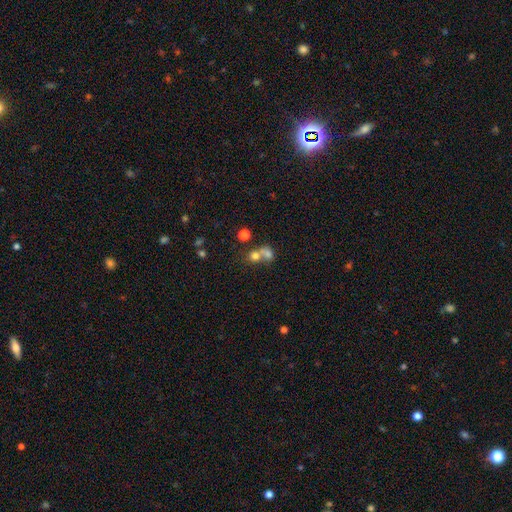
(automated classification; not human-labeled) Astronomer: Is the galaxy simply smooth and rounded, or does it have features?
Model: smooth — 71%.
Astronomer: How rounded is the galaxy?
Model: round — 74%.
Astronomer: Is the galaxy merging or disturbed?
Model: merger — 59%.